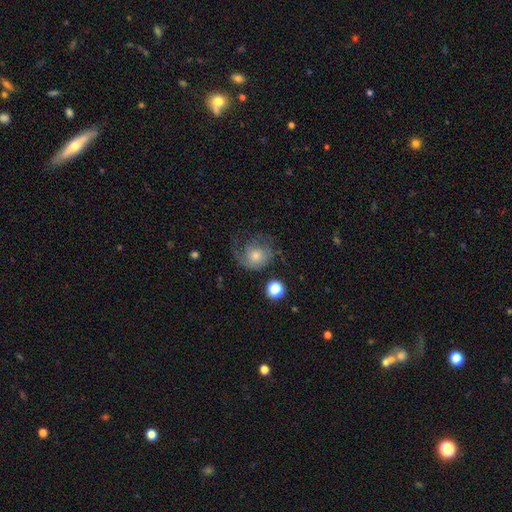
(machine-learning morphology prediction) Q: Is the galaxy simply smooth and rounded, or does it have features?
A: featured or disk — 67%.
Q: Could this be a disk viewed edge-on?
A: no — 98%.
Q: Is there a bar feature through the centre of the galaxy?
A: no — 77%.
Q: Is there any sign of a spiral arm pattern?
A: yes — 91%.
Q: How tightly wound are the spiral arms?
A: medium — 40%.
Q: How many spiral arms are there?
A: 1 — 38%.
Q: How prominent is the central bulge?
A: moderate — 47%.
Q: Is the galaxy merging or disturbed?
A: none — 56%.